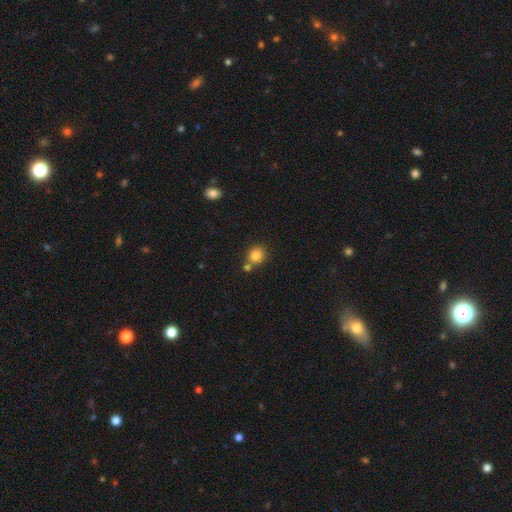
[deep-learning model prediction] Morphology: type=smooth (82%); roundness=round (86%); merging=none (66%).